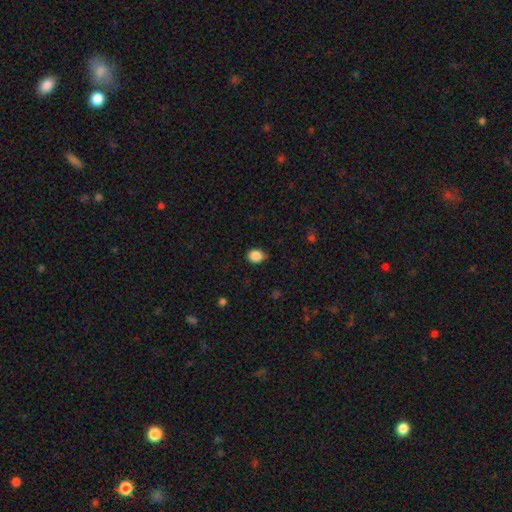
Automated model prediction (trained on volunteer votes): Smooth or featured? smooth (87%)
How rounded? round (61%)
Merging? none (81%)